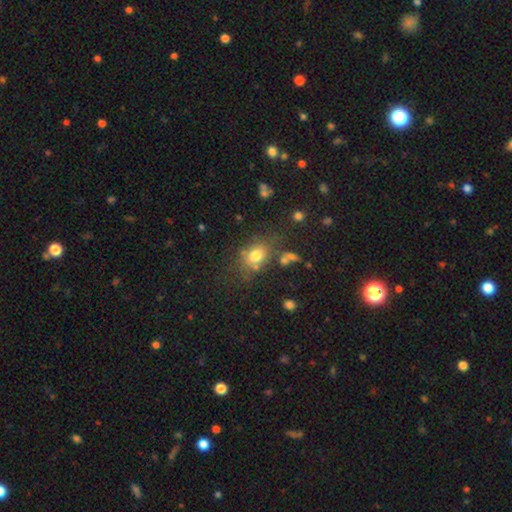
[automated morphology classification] Smooth or featured? smooth (74%)
How rounded? in between (57%)
Merging? none (63%)